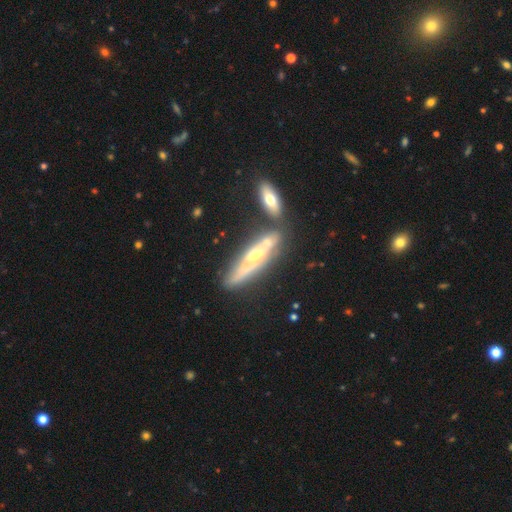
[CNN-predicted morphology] smooth-or-featured: featured or disk: 67% | smooth: 26% | star or artifact: 7%
  disk-edge-on: yes: 70% | no: 30%
  merging: none: 51% | merger: 23% | minor disturbance: 18% | major disturbance: 7%